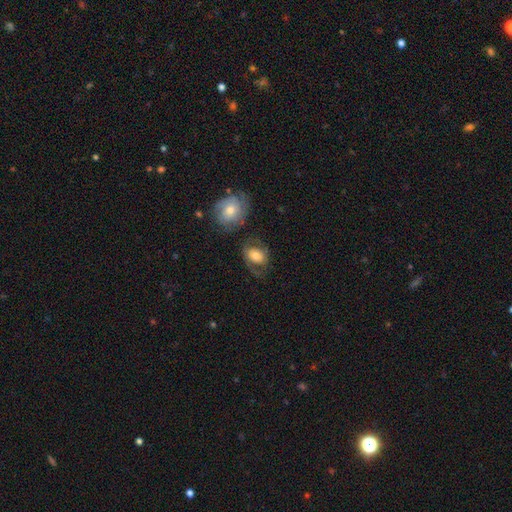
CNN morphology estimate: Smooth or featured?
  - smooth: 51% *
  - featured or disk: 42%
  - star or artifact: 8%
How rounded?
  - in between: 59% *
  - round: 40%
  - cigar-shaped: 1%
Merging?
  - none: 53% *
  - minor disturbance: 20%
  - major disturbance: 17%
  - merger: 10%